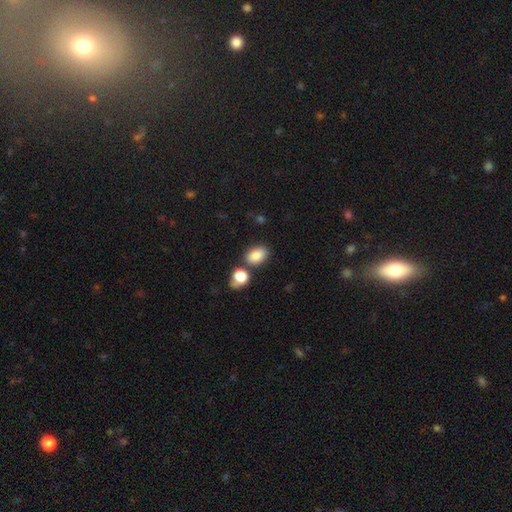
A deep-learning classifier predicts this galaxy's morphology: A smooth galaxy with no disk features (83%) that is in between round and cigar-shaped (79%).

Vote fractions:
- Smooth or featured? smooth: 83% / star or artifact: 10% / featured or disk: 7%
- How rounded? in between: 79% / round: 20% / cigar-shaped: 1%
- Merging? none: 70% / merger: 15% / minor disturbance: 12% / major disturbance: 3%